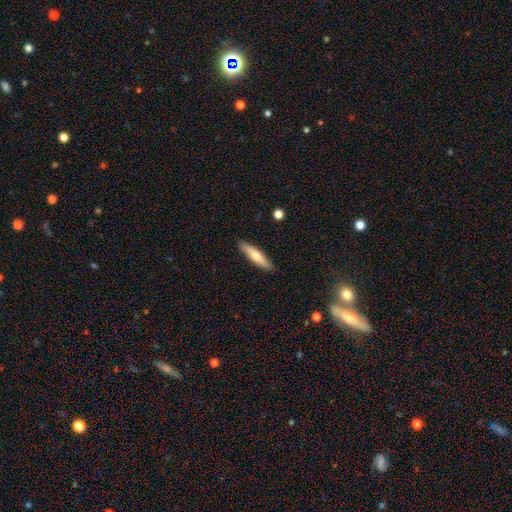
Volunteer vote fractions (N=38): smooth_or_featured: smooth (p=0.55) [alt: featured or disk p=0.37]
how_rounded: cigar-shaped (p=0.86) [alt: in between p=0.14]
merging: none (p=0.89) [alt: minor disturbance p=0.06]